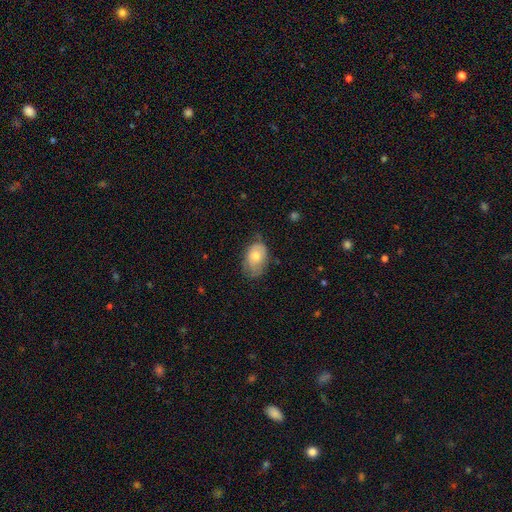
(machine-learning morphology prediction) Smooth or featured? Predicted: smooth (p=0.69). How rounded? Predicted: in between (p=0.86). Merging? Predicted: none (p=0.53).